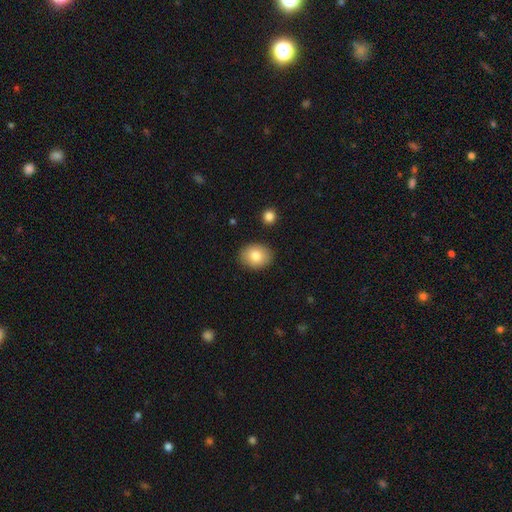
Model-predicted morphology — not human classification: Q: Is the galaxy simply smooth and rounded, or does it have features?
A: smooth — 83%.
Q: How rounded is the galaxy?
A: in between — 53%.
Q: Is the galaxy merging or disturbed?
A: none — 88%.